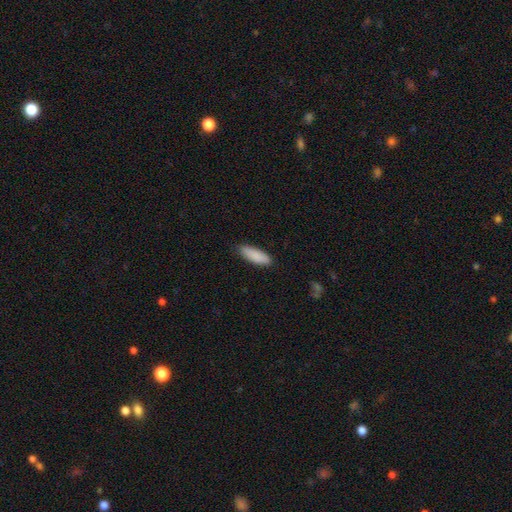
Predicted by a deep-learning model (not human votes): Smooth or featured? smooth (89%)
How rounded? in between (61%)
Merging? none (84%)